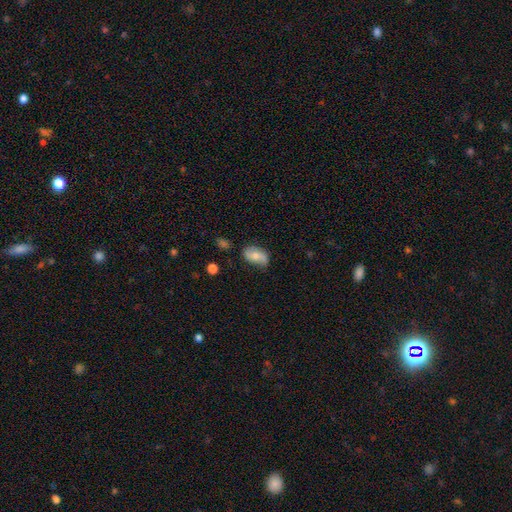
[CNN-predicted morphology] This appears to be a smooth galaxy with no disk features (59%) that is in between round and cigar-shaped (91%). Merging: none (64%).